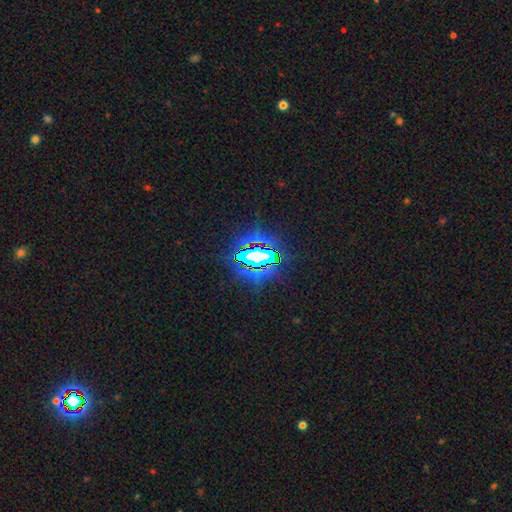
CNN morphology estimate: Smooth or featured?
  - star or artifact: 74% *
  - smooth: 14%
  - featured or disk: 12%